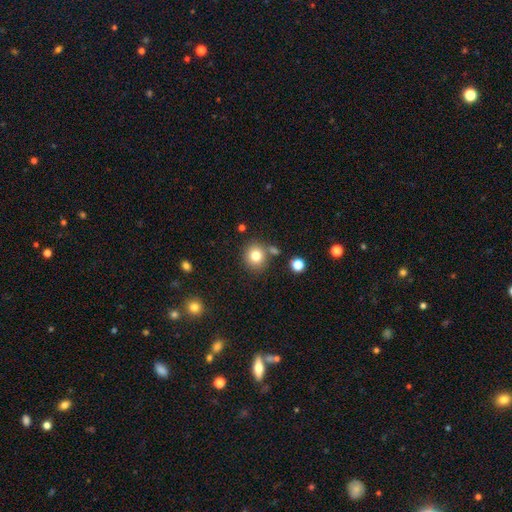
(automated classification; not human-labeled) This is likely a smooth galaxy (79%). How rounded: clearly round (87%). Merging: likely none (78%).